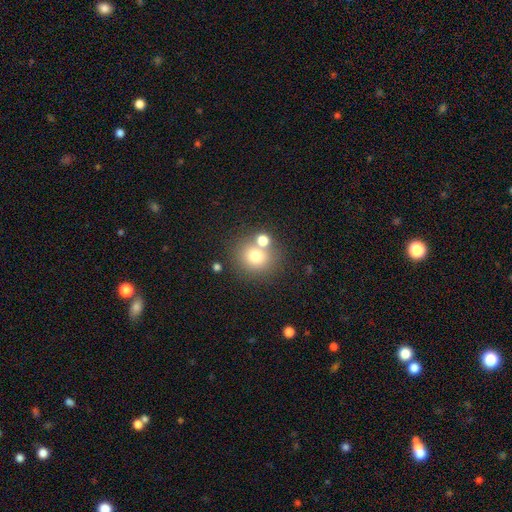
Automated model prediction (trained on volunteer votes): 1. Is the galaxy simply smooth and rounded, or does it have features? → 74% smooth, 14% star or artifact, 12% featured or disk.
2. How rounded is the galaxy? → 85% round, 14% in between, 1% cigar-shaped.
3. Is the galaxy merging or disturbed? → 63% none, 24% merger, 9% minor disturbance, 4% major disturbance.